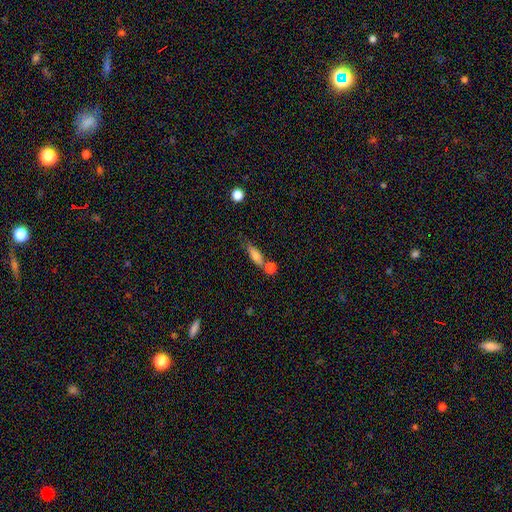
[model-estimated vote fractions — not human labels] Morphology: type=smooth (72%); roundness=in between (56%); merging=none (49%).